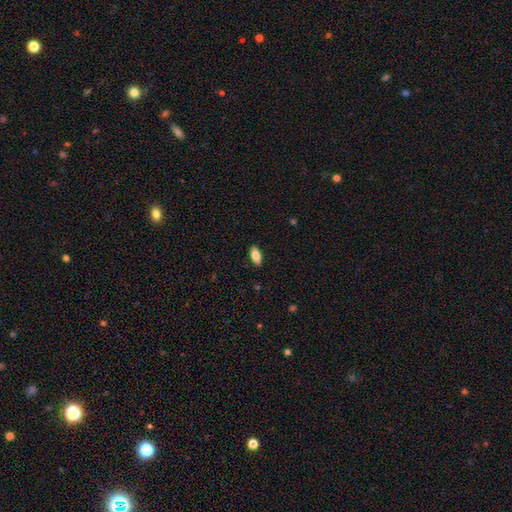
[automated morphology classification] This appears to be a smooth galaxy with no disk features (80%) that is in between round and cigar-shaped (84%). Merging: none (89%).